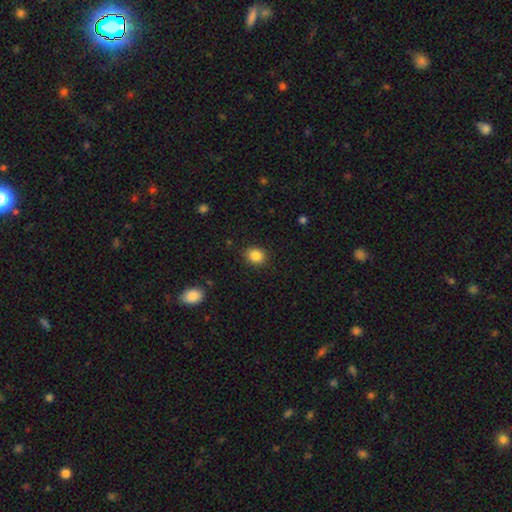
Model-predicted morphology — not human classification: Smooth or featured? Predicted: smooth (p=0.86). How rounded? Predicted: round (p=0.68). Merging? Predicted: none (p=0.86).